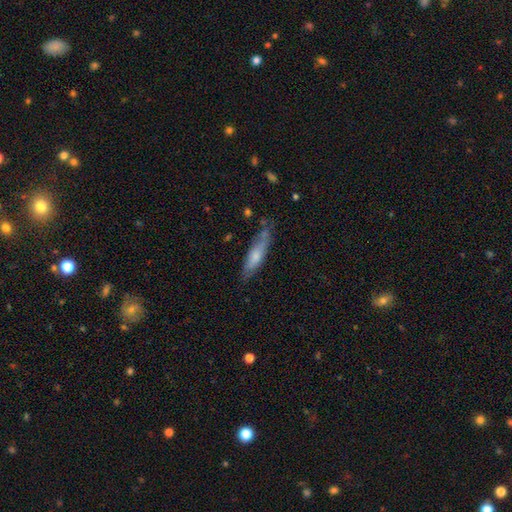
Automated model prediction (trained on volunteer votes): Q: Smooth or featured?
A: smooth (62%); runner-up: featured or disk (31%)
Q: How rounded?
A: cigar-shaped (73%); runner-up: in between (25%)
Q: Merging?
A: none (66%); runner-up: minor disturbance (24%)